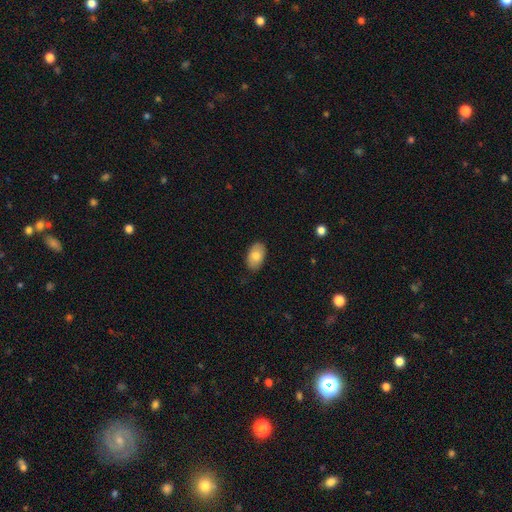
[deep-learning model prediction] This is likely a smooth galaxy (80%). How rounded: clearly in between (93%). Merging: clearly none (86%).